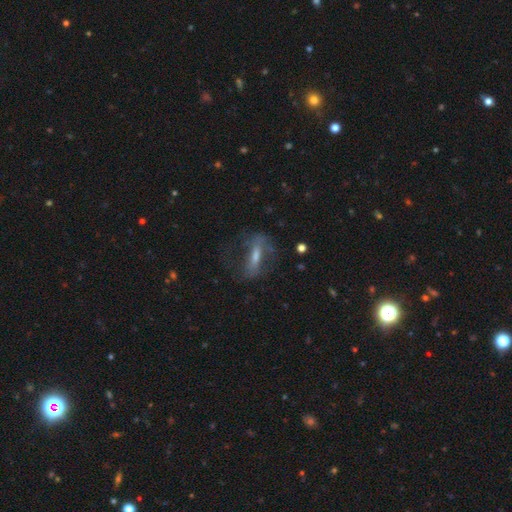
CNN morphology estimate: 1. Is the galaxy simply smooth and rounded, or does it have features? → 60% featured or disk, 28% smooth, 12% star or artifact.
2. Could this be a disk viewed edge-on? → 76% no, 24% yes.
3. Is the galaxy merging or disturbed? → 57% none, 22% major disturbance, 19% minor disturbance, 2% merger.